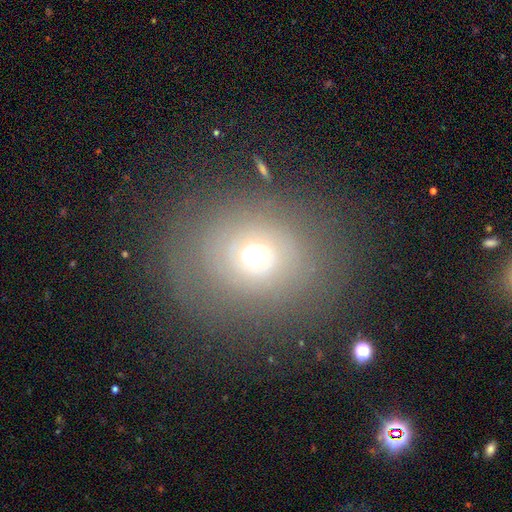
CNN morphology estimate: type=smooth (52%); roundness=round (61%); merging=none (78%).